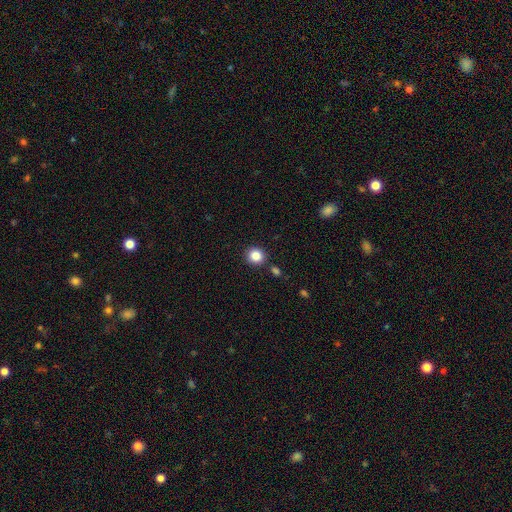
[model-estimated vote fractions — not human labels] The model was most divided on "smooth or featured": smooth: 85%, star or artifact: 10%, featured or disk: 4%. More confident: how rounded — round (87%); merging — none (86%).